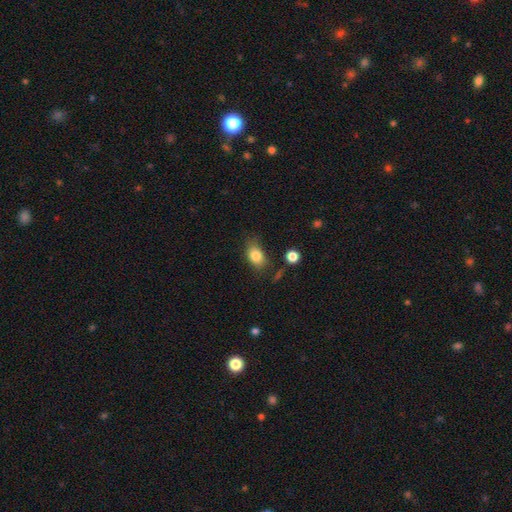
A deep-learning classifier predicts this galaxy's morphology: Smooth or featured? Predicted: smooth (p=0.83). How rounded? Predicted: in between (p=0.76). Merging? Predicted: none (p=0.67).